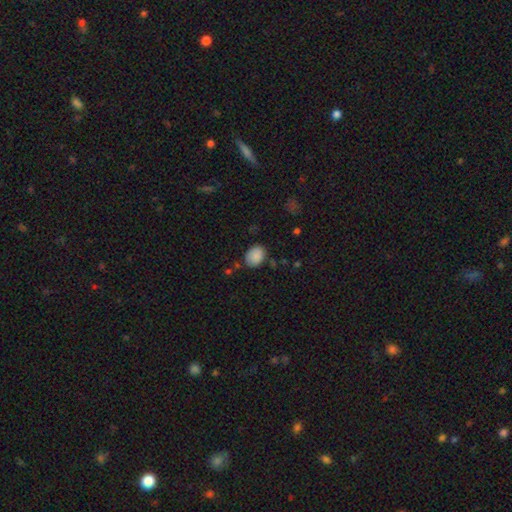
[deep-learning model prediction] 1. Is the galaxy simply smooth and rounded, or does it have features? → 87% smooth, 8% star or artifact, 5% featured or disk.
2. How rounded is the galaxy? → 68% in between, 31% round, 1% cigar-shaped.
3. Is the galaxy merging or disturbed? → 74% none, 19% minor disturbance, 4% major disturbance, 3% merger.